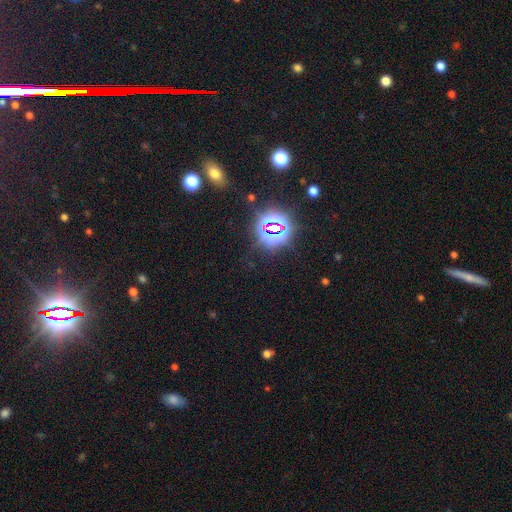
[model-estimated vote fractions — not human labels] A star or artifact, not a galaxy (79%).

Vote fractions:
- Smooth or featured? star or artifact: 79% / smooth: 14% / featured or disk: 7%